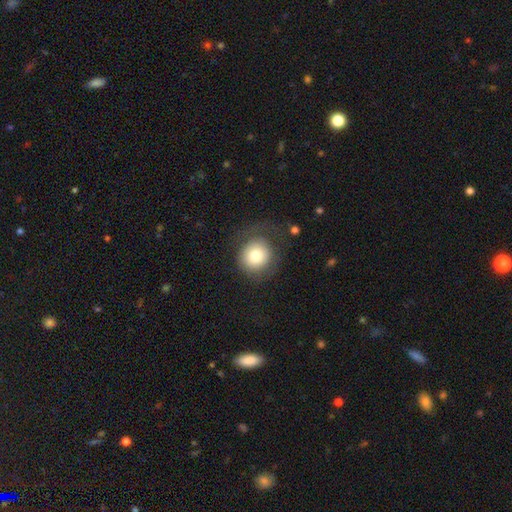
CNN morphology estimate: Smooth or featured: smooth — 77% (featured or disk — 14%)
How rounded: round — 88% (in between — 11%)
Merging: none — 70% (minor disturbance — 16%)